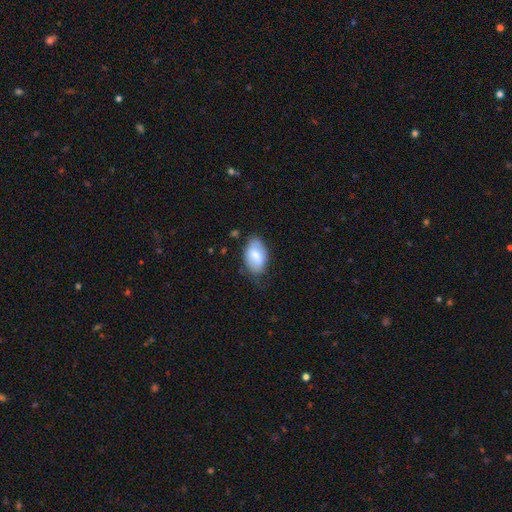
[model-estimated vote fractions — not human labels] A smooth galaxy with no disk features (72%) that is in between round and cigar-shaped (92%). Merging: none (60%).